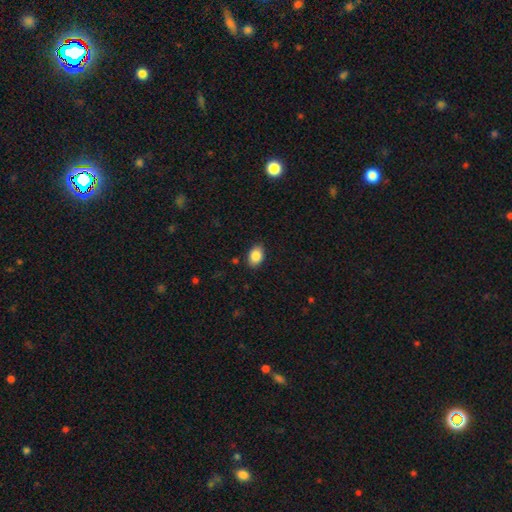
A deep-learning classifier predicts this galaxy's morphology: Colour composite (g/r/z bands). It shows a smooth galaxy with no disk features (87%) that is in between round and cigar-shaped (83%). Merging: none (87%).